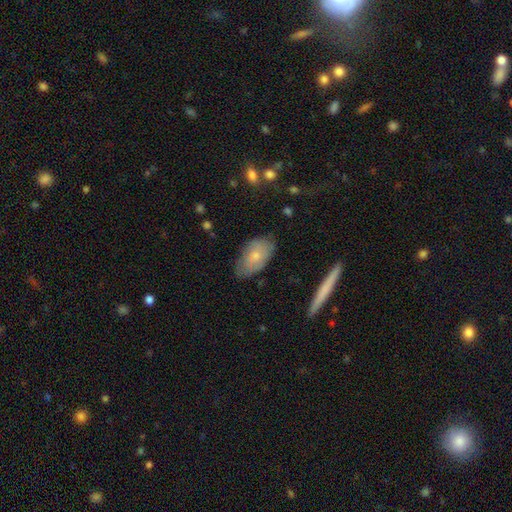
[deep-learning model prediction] Q: Smooth or featured?
A: smooth (65%); runner-up: featured or disk (29%)
Q: How rounded?
A: in between (92%); runner-up: round (5%)
Q: Merging?
A: none (71%); runner-up: minor disturbance (23%)